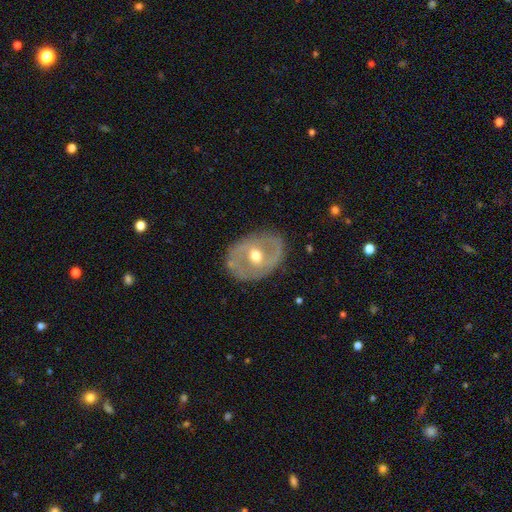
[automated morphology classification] A featured or disk galaxy (67%) with no bar (47%), no spiral arms (58%) and a moderate central bulge (75%).

Vote fractions:
- Smooth or featured? featured or disk: 67% / smooth: 27% / star or artifact: 6%
- Edge-on disk? no: 94% / yes: 6%
- Bar? no: 47% / weak: 37% / strong: 15%
- Spiral arms? no: 58% / yes: 42%
- Bulge size? moderate: 75% / small: 17% / large: 6% / none: 1% / dominant: 1%
- Merging? none: 78% / minor disturbance: 15% / major disturbance: 5% / merger: 2%